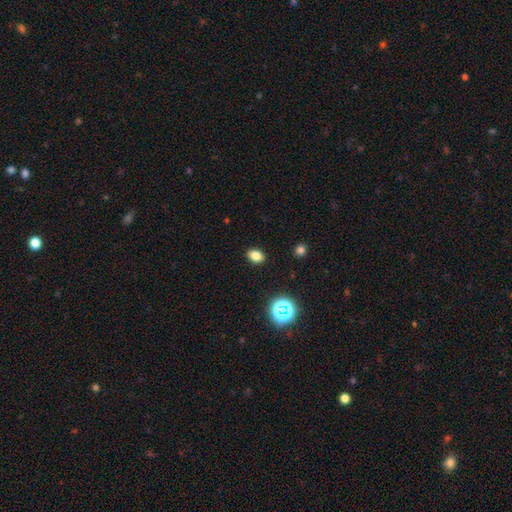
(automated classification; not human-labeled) smooth_or_featured: smooth (p=0.79) [alt: star or artifact p=0.15]
how_rounded: in between (p=0.77) [alt: round p=0.21]
merging: none (p=0.89) [alt: minor disturbance p=0.07]